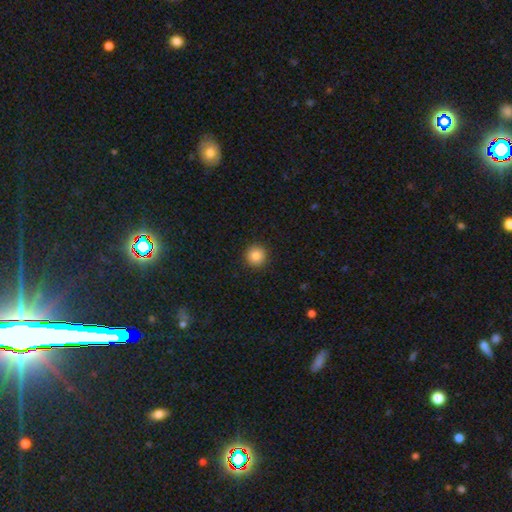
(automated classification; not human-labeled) smooth 86%, star or artifact 10%, featured or disk 4%. Down the decision tree: how rounded — round (95%); merging — none (92%).